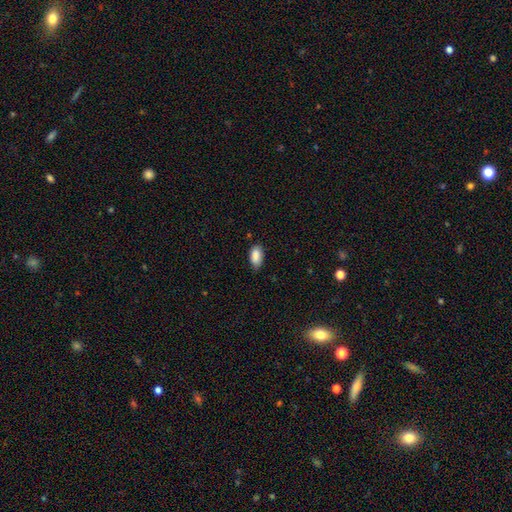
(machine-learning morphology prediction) Smooth or featured?
  - smooth: 88% *
  - star or artifact: 7%
  - featured or disk: 5%
How rounded?
  - in between: 93% *
  - cigar-shaped: 4%
  - round: 3%
Merging?
  - none: 77% *
  - minor disturbance: 19%
  - major disturbance: 3%
  - merger: 1%